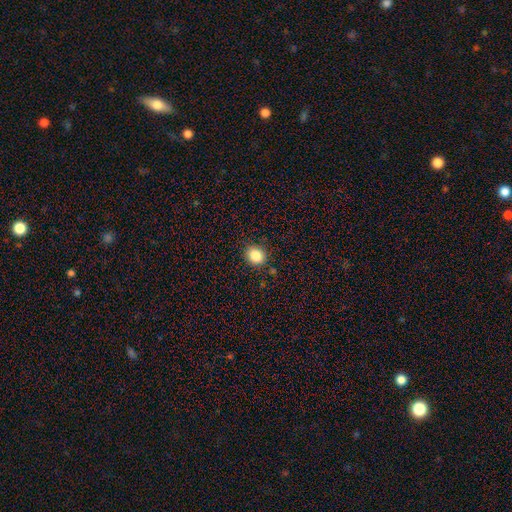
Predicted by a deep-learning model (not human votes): smooth-or-featured: smooth: 84% | star or artifact: 11% | featured or disk: 5%
  how-rounded: round: 74% | in between: 25% | cigar-shaped: 1%
  merging: none: 87% | minor disturbance: 8% | major disturbance: 2% | merger: 2%